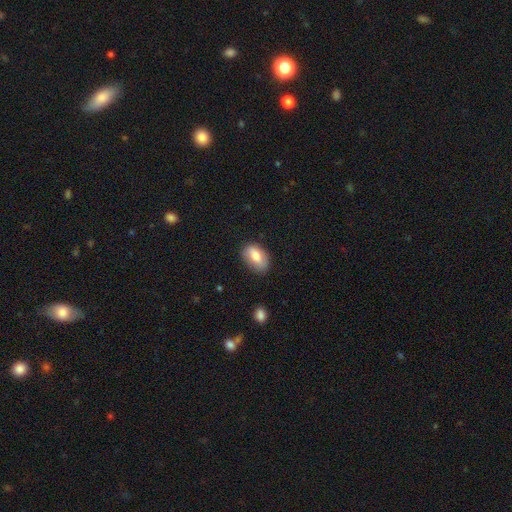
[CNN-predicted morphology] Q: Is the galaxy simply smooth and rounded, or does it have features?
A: smooth — 77%.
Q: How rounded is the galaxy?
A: in between — 90%.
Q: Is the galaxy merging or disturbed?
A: none — 78%.